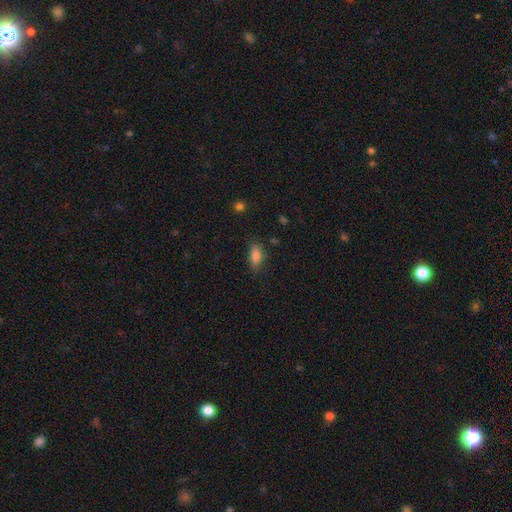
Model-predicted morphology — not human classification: Q: Smooth or featured?
A: smooth (83%); runner-up: star or artifact (9%)
Q: How rounded?
A: in between (84%); runner-up: cigar-shaped (13%)
Q: Merging?
A: none (75%); runner-up: minor disturbance (18%)